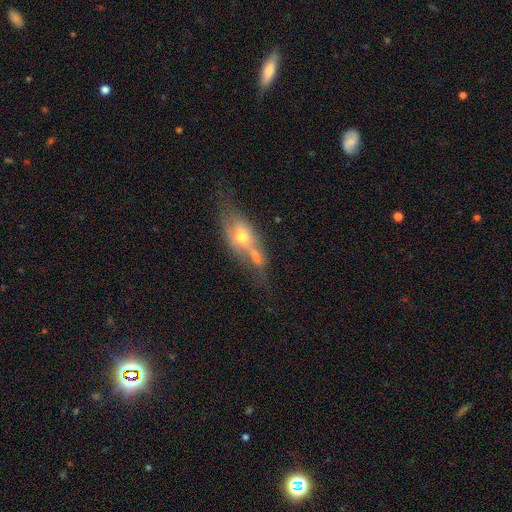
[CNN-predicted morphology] Smooth or featured? Predicted: featured or disk (p=0.46). Merging? Predicted: none (p=0.34).